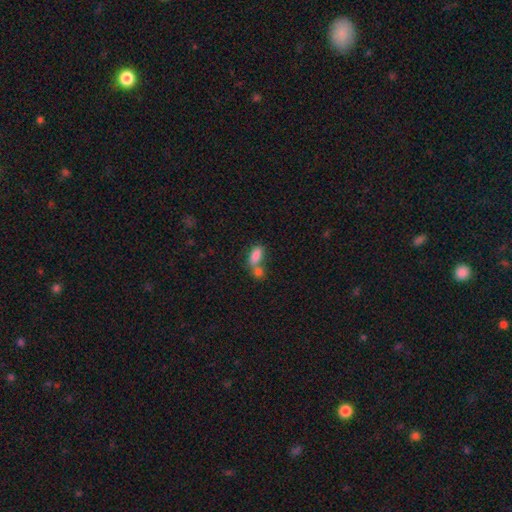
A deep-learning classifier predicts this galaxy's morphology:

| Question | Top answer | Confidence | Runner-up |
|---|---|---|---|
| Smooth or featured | smooth | 83% | star or artifact (9%) |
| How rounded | in between | 88% | cigar-shaped (6%) |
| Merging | merger | 57% | none (30%) |